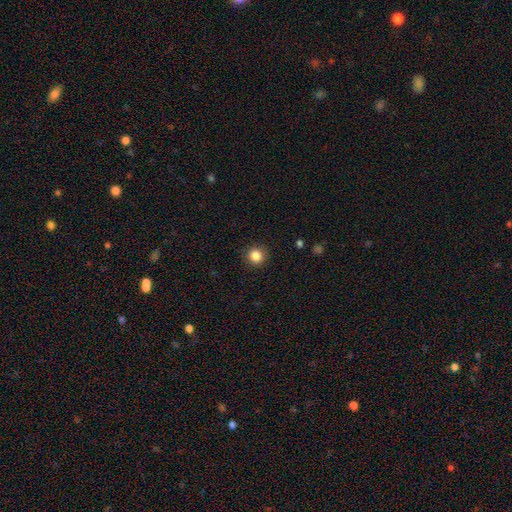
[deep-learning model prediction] This appears to be a smooth galaxy with no disk features (85%) that is round (93%). Merging: none (90%).